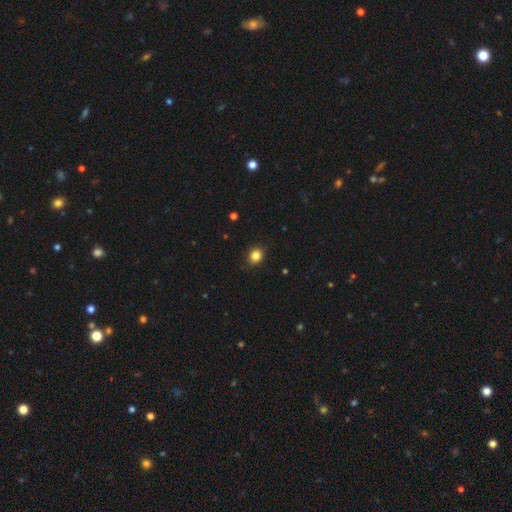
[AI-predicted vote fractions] smooth-or-featured: smooth: 84% | star or artifact: 11% | featured or disk: 5%
  how-rounded: round: 63% | in between: 36% | cigar-shaped: 1%
  merging: none: 89% | minor disturbance: 8% | major disturbance: 2% | merger: 1%